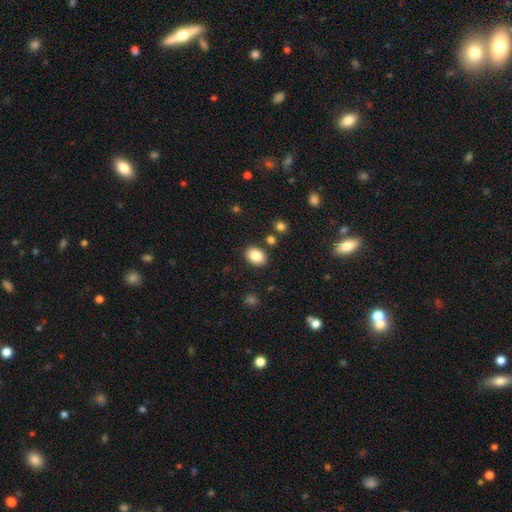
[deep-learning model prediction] This appears to be a smooth galaxy with no disk features (86%) that is in between round and cigar-shaped (70%). Merging: none (86%).